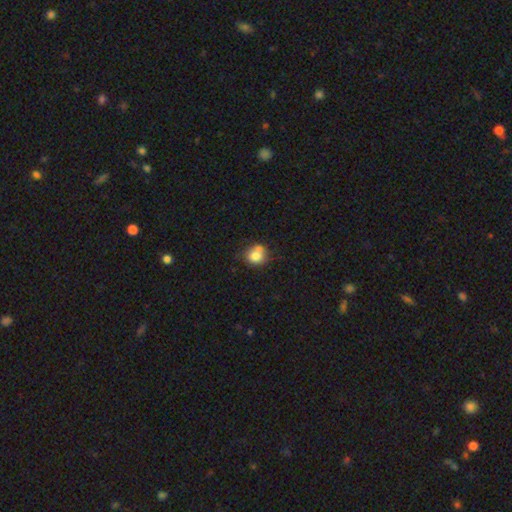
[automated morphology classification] smooth-or-featured: smooth: 76% | featured or disk: 14% | star or artifact: 10%
  how-rounded: round: 79% | in between: 20% | cigar-shaped: 1%
  merging: none: 47% | merger: 33% | minor disturbance: 15% | major disturbance: 5%